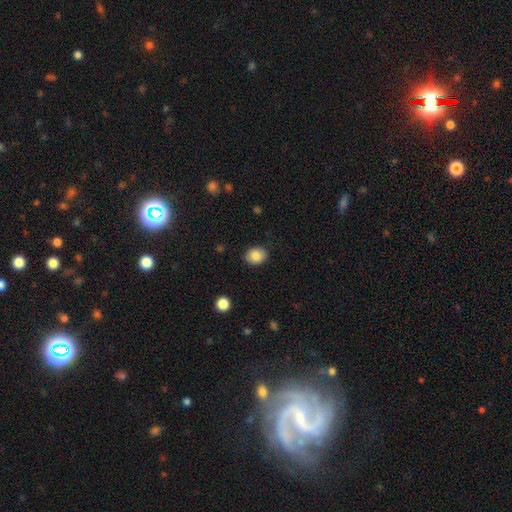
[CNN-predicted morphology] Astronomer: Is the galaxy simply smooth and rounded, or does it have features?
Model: smooth — 85%.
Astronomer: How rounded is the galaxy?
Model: round — 56% (runner-up: in between, 43%).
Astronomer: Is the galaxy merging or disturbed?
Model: none — 88%.